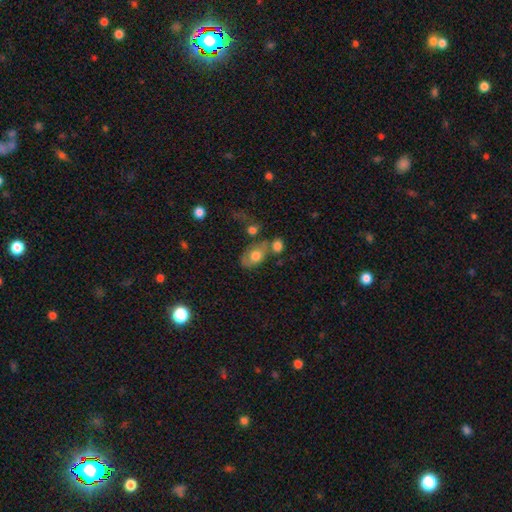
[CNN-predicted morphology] A smooth galaxy with no disk features (67%) that is in between round and cigar-shaped (83%). Merging: none (45%).